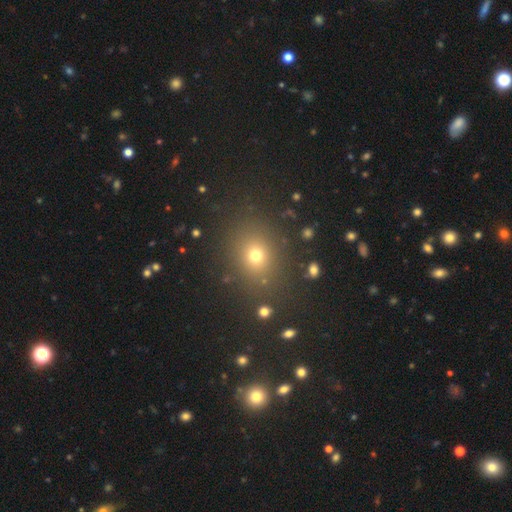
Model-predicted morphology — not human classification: smooth_or_featured: smooth (p=0.71) [alt: star or artifact p=0.20]
how_rounded: round (p=0.67) [alt: in between p=0.32]
merging: none (p=0.83) [alt: minor disturbance p=0.09]